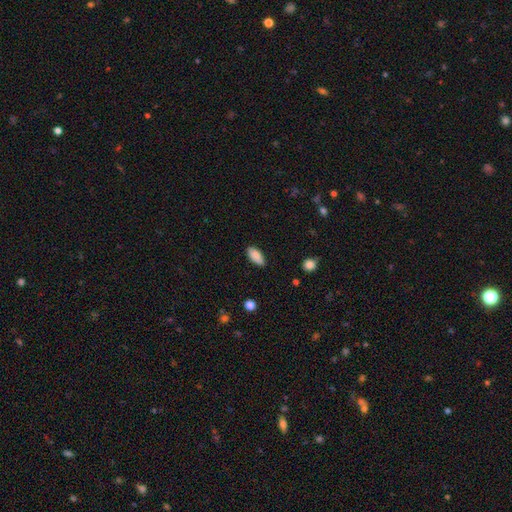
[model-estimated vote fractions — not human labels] A smooth galaxy with no disk features (87%) that is in between round and cigar-shaped (87%).

Vote fractions:
- Smooth or featured? smooth: 87% / star or artifact: 7% / featured or disk: 6%
- How rounded? in between: 87% / cigar-shaped: 11% / round: 2%
- Merging? none: 83% / minor disturbance: 13% / major disturbance: 2% / merger: 1%